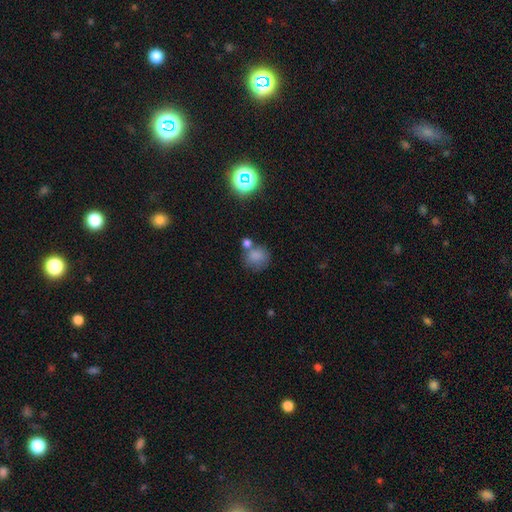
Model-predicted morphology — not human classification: A smooth galaxy with no disk features (77%) that is round (79%).

Vote fractions:
- Smooth or featured? smooth: 77% / star or artifact: 14% / featured or disk: 9%
- How rounded? round: 79% / in between: 20% / cigar-shaped: 1%
- Merging? none: 51% / merger: 25% / minor disturbance: 16% / major disturbance: 8%